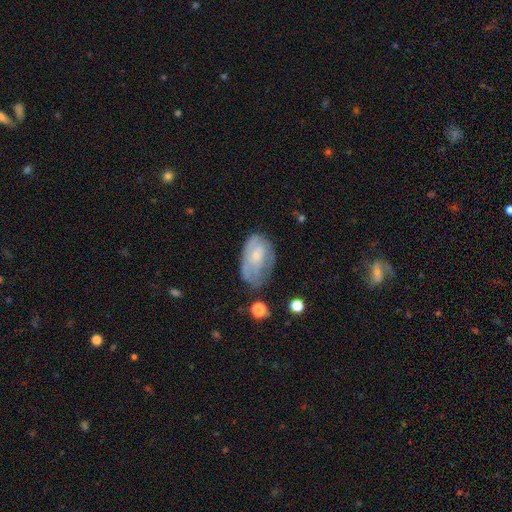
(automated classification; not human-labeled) smooth-or-featured: featured or disk: 46% (tied) | smooth: 46% (tied) | star or artifact: 8%
  merging: none: 41% | minor disturbance: 34% | major disturbance: 22% | merger: 3%